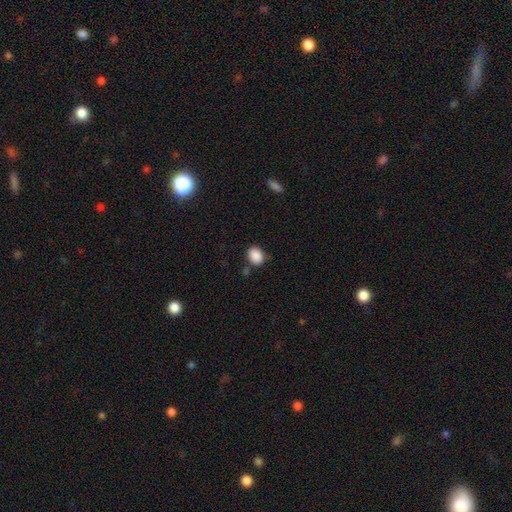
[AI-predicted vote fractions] smooth_or_featured: smooth (p=0.89) [alt: star or artifact p=0.08]
how_rounded: in between (p=0.58) [alt: round p=0.41]
merging: none (p=0.77) [alt: minor disturbance p=0.15]